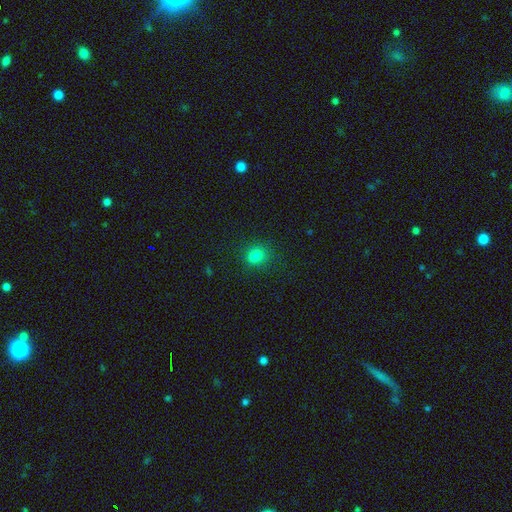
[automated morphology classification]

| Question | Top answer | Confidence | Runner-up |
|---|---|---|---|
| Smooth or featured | smooth | 80% | star or artifact (15%) |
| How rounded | round | 59% | in between (40%) |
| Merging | none | 75% | minor disturbance (15%) |